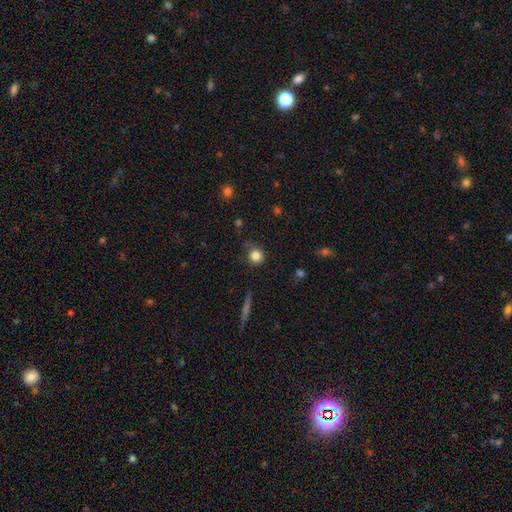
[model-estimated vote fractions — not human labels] smooth 82%, star or artifact 11%, featured or disk 7%. Down the decision tree: how rounded — round (88%); merging — none (69%).